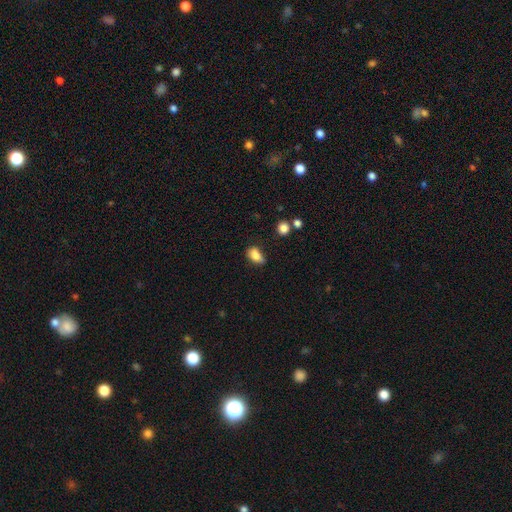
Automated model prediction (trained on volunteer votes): Morphology: type=smooth (83%); roundness=in between (85%); merging=none (57%).